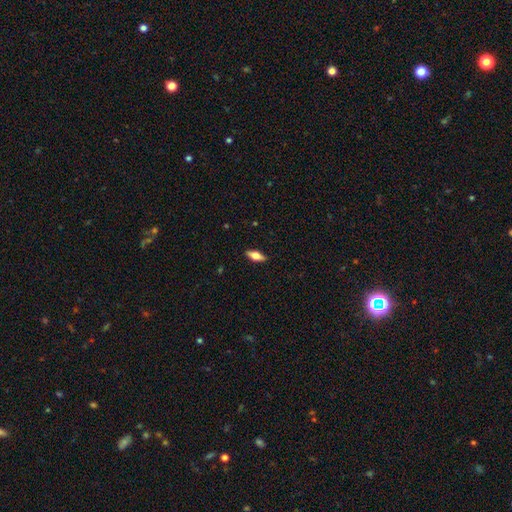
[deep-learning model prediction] Smooth or featured?
  - smooth: 62% *
  - featured or disk: 31%
  - star or artifact: 7%
How rounded?
  - in between: 73% *
  - cigar-shaped: 24%
  - round: 3%
Merging?
  - none: 89% *
  - minor disturbance: 9%
  - major disturbance: 2%
  - merger: 1%